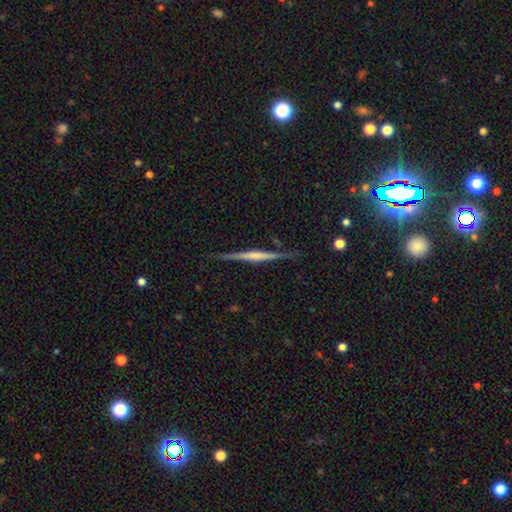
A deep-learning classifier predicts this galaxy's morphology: The model was most divided on "edge-on bulge": rounded: 40%, none: 32%, boxy: 28%. More confident: edge-on disk — yes (98%); merging — none (87%); smooth or featured — featured or disk (73%).